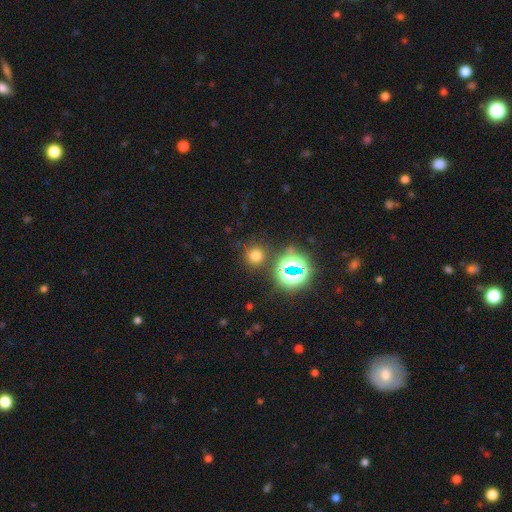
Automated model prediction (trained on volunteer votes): smooth 64%, star or artifact 29%, featured or disk 7%. Down the decision tree: how rounded — round (91%); merging — none (83%).